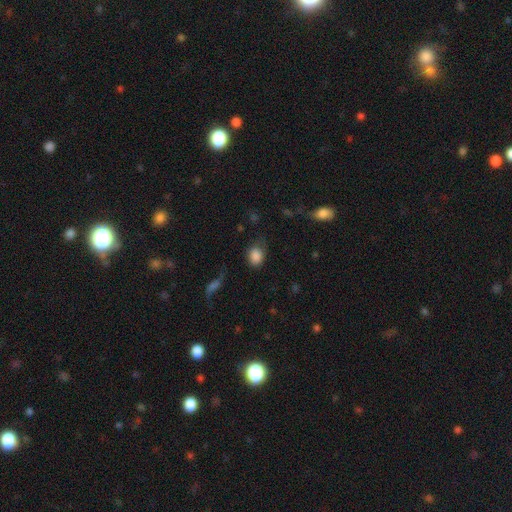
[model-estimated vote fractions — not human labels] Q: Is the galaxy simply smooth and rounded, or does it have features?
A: smooth — 85%.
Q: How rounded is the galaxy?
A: in between — 59%.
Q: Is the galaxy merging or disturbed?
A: none — 60%.